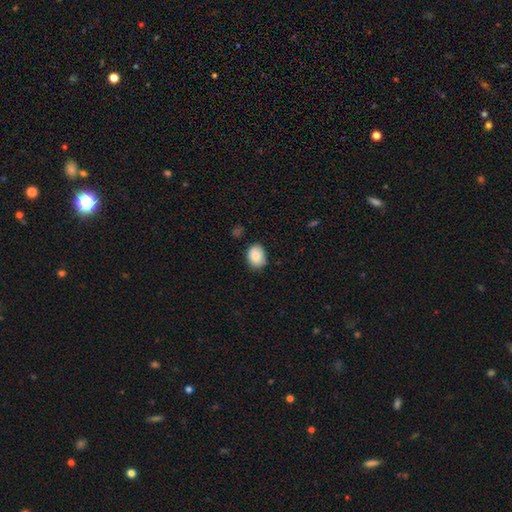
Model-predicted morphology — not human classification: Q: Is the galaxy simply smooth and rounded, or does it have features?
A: smooth — 87%.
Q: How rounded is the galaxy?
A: in between — 66%.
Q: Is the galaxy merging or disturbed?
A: none — 79%.